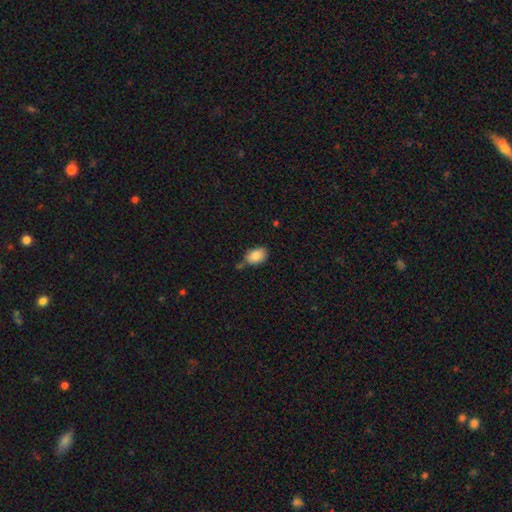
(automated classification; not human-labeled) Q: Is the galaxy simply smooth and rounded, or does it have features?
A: smooth — 85%.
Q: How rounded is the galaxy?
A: in between — 84%.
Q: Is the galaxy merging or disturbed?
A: none — 64%.